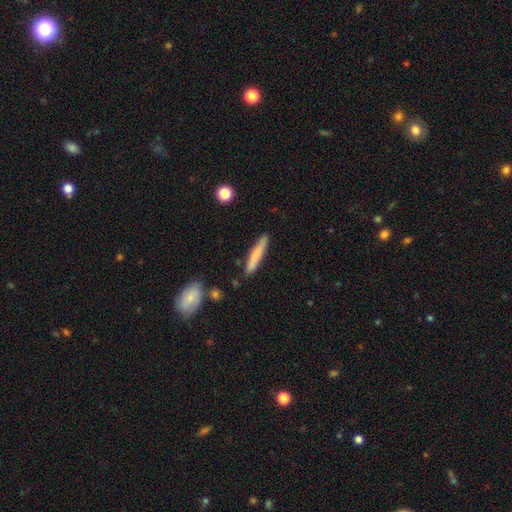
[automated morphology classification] The model was most divided on "smooth or featured": smooth: 75%, featured or disk: 20%, star or artifact: 6%. More confident: how rounded — cigar-shaped (92%); merging — none (84%).